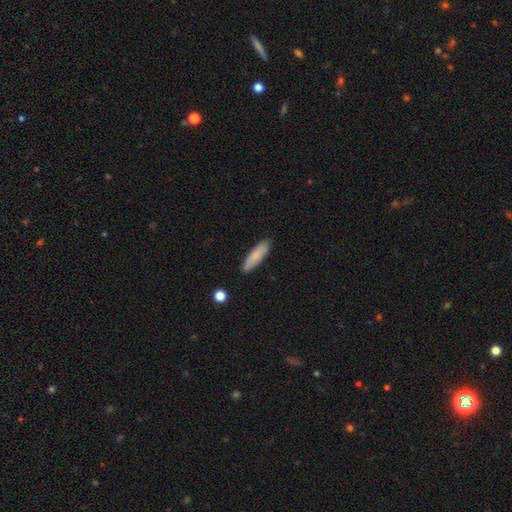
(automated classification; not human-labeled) This appears to be a smooth galaxy with no disk features (81%) that is cigar-shaped (67%). Merging: none (87%).